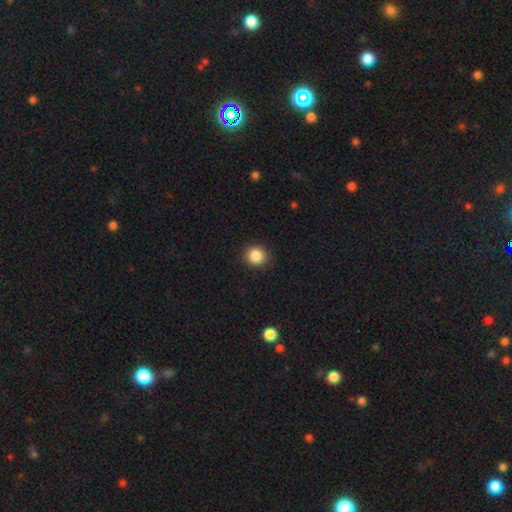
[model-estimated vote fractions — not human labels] Smooth or featured? Predicted: smooth (p=0.87). How rounded? Predicted: round (p=0.91). Merging? Predicted: none (p=0.91).